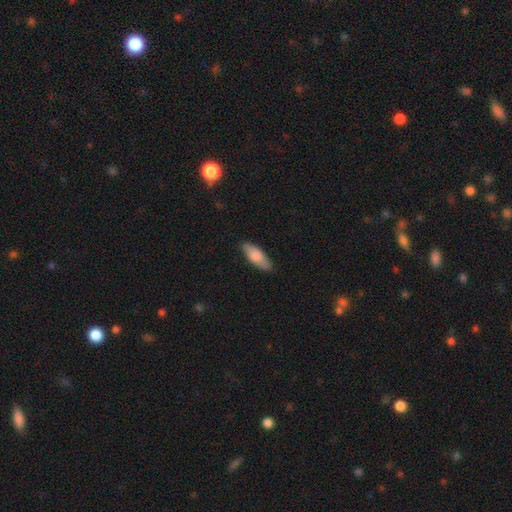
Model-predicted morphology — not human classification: type=smooth (79%); roundness=in between (66%); merging=none (85%).